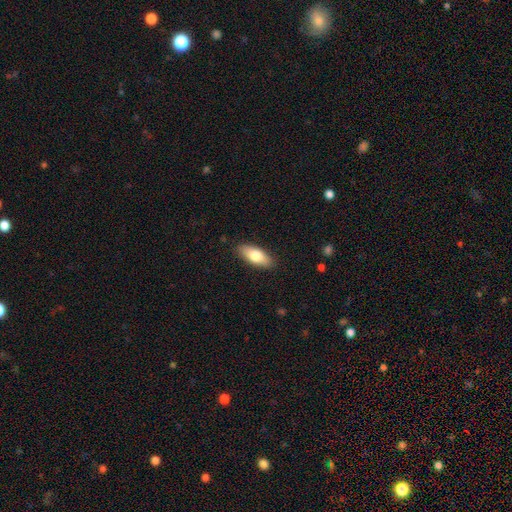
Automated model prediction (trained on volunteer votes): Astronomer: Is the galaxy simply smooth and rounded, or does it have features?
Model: smooth — 77%.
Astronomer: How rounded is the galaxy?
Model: in between — 81%.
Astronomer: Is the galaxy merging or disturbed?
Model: none — 88%.